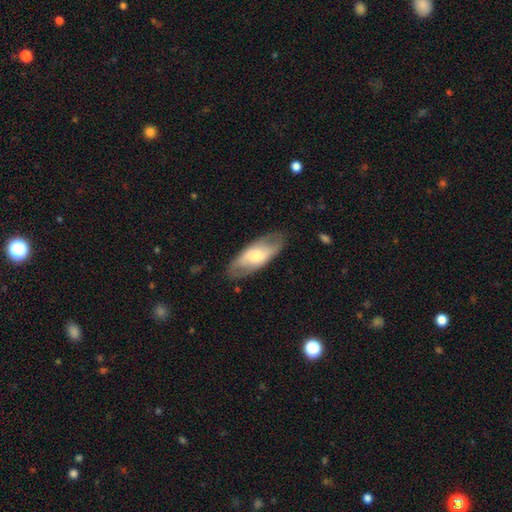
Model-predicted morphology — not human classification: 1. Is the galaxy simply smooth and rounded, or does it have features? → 55% smooth, 39% featured or disk, 6% star or artifact.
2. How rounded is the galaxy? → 81% in between, 16% cigar-shaped, 2% round.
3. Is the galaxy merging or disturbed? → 78% none, 15% minor disturbance, 5% major disturbance, 1% merger.